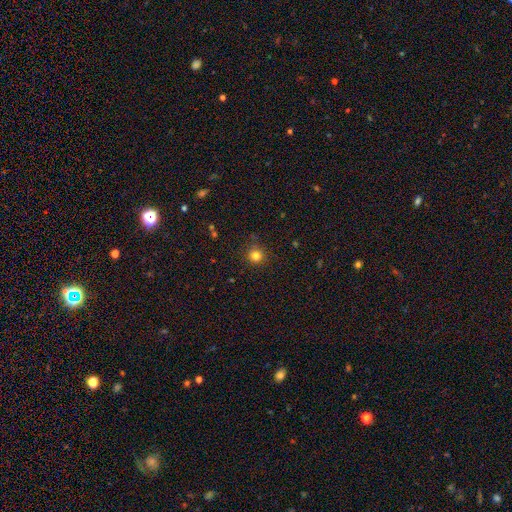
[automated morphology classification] type=smooth (81%); roundness=round (94%); merging=none (87%).